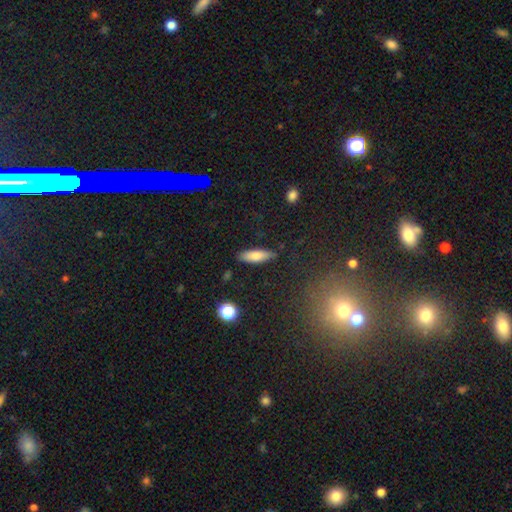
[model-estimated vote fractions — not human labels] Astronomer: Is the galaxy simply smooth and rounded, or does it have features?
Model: smooth — 77%.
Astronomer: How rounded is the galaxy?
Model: cigar-shaped — 52% (runner-up: in between, 45%).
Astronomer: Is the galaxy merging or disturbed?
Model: none — 85%.